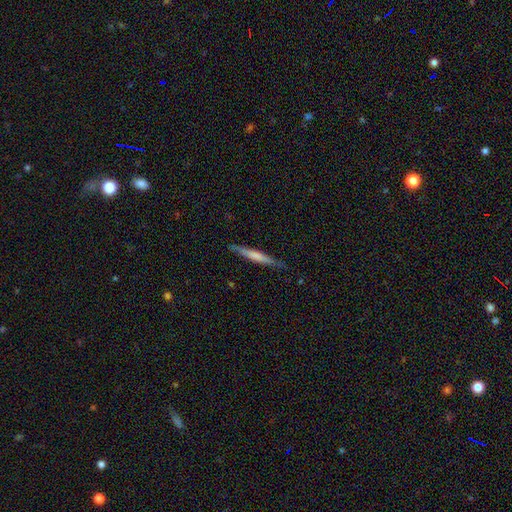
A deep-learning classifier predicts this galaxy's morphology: Smooth or featured?
  - smooth: 52% *
  - featured or disk: 42%
  - star or artifact: 6%
How rounded?
  - cigar-shaped: 95% *
  - in between: 3%
  - round: 1%
Merging?
  - none: 85% *
  - minor disturbance: 11%
  - major disturbance: 2%
  - merger: 1%